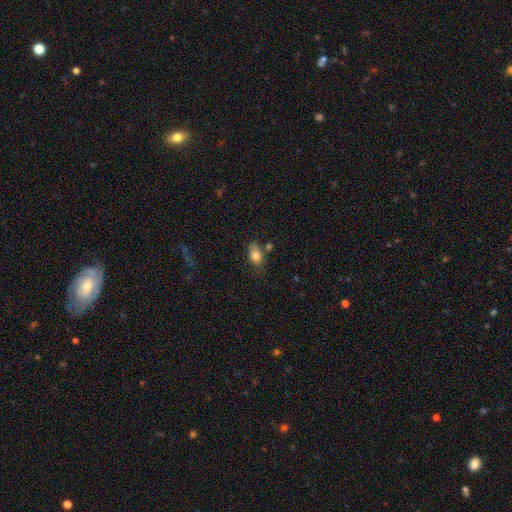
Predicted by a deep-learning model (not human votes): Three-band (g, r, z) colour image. It shows a smooth galaxy with no disk features (79%) that is in between round and cigar-shaped (81%). Merging: none (61%).